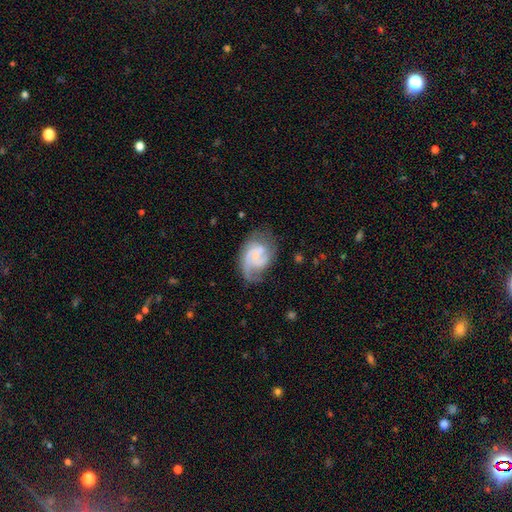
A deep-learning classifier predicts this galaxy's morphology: Q: Smooth or featured?
A: featured or disk (76%); runner-up: smooth (18%)
Q: Edge-on disk?
A: no (98%); runner-up: yes (2%)
Q: Bar?
A: no (58%); runner-up: weak (35%)
Q: Spiral arms?
A: yes (94%); runner-up: no (6%)
Q: Spiral winding?
A: medium (46%); runner-up: tight (34%)
Q: Spiral arm count?
A: 2 (42%); runner-up: 3 (22%)
Q: Bulge size?
A: small (53%); runner-up: none (29%)
Q: Merging?
A: none (54%); runner-up: minor disturbance (24%)